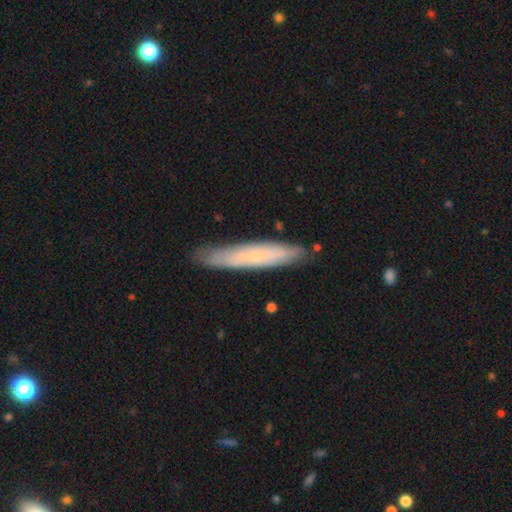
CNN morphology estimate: smooth_or_featured: smooth (p=0.51) [alt: featured or disk p=0.42]
how_rounded: cigar-shaped (p=0.90) [alt: in between p=0.09]
merging: none (p=0.84) [alt: minor disturbance p=0.12]